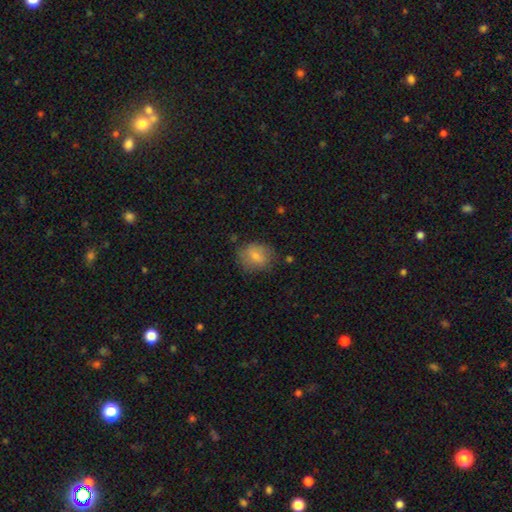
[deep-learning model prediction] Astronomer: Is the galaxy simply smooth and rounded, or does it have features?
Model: smooth — 75%.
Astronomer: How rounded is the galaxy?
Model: round — 58% (runner-up: in between, 41%).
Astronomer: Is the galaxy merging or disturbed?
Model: none — 68%.